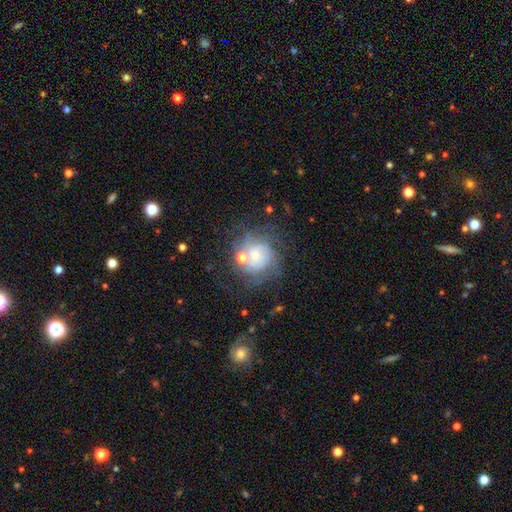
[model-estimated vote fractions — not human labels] This appears to be a featured or disk galaxy (59%) with no bar (77%), spiral arms (77%) and a small central bulge (55%). Merging: none (55%).